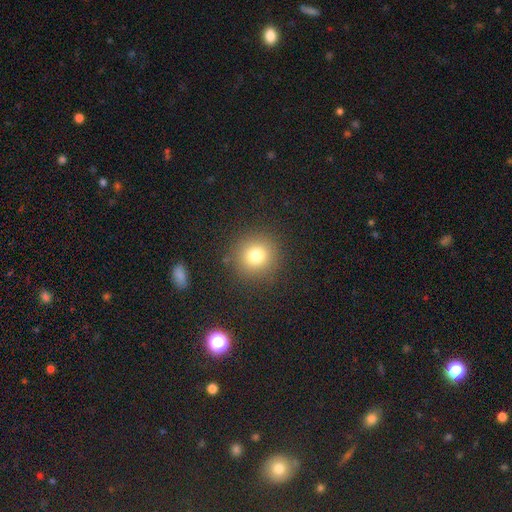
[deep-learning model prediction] Smooth or featured? smooth (77%)
How rounded? round (93%)
Merging? none (89%)